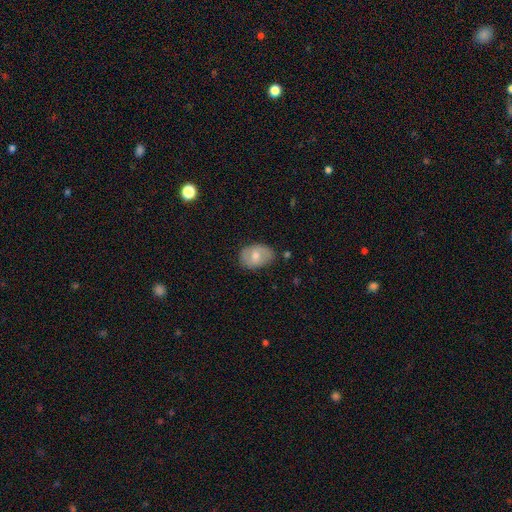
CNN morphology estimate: type=smooth (62%); roundness=in between (79%); merging=none (75%).